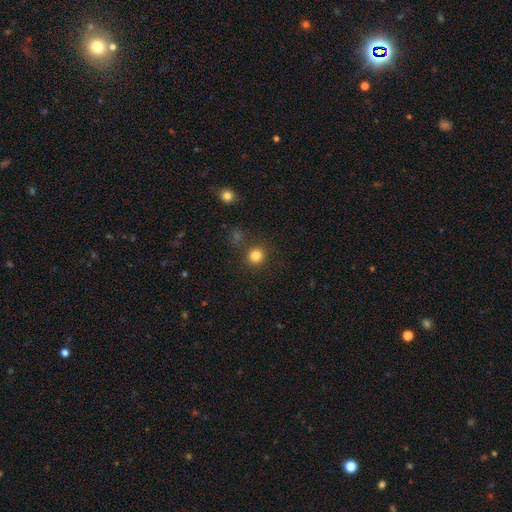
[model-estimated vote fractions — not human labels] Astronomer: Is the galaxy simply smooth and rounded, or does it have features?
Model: smooth — 83%.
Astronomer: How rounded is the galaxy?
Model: round — 93%.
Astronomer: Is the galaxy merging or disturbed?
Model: none — 85%.